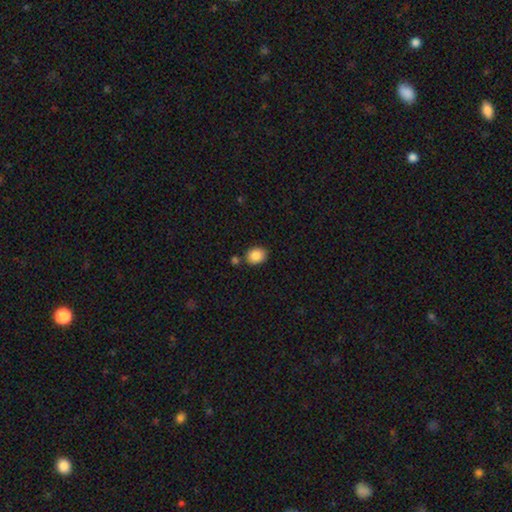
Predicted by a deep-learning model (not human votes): smooth_or_featured: smooth (p=0.86) [alt: star or artifact p=0.08]
how_rounded: round (p=0.53) [alt: in between p=0.46]
merging: none (p=0.78) [alt: minor disturbance p=0.11]